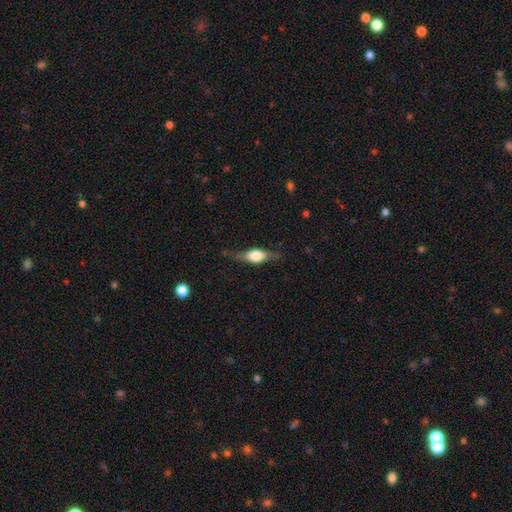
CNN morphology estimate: Smooth or featured? Predicted: featured or disk (p=0.59). Edge-on disk? Predicted: yes (p=0.93). Edge-on bulge? Predicted: rounded (p=0.88). Merging? Predicted: none (p=0.75).